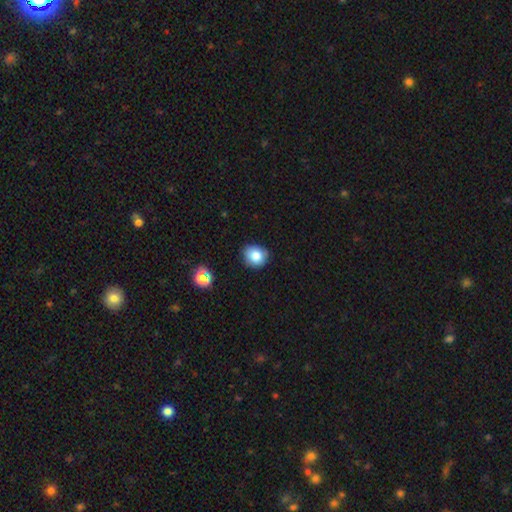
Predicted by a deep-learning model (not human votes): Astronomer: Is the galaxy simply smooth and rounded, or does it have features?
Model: smooth — 82%.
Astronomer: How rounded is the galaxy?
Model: round — 73%.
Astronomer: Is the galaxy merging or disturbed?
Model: none — 79%.